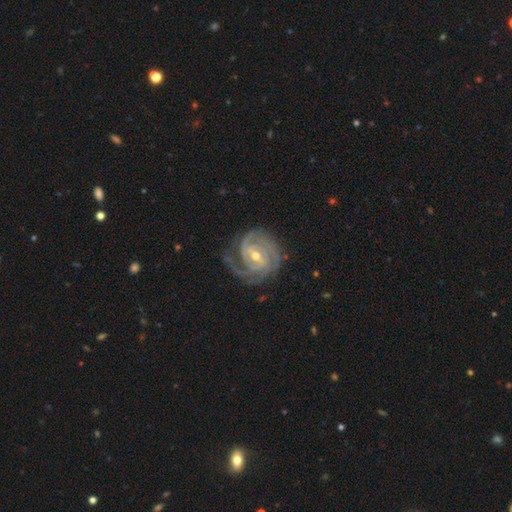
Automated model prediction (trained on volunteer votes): Smooth or featured? Predicted: featured or disk (p=0.91). Edge-on disk? Predicted: no (p=0.97). Bar? Predicted: weak (p=0.47). Spiral arms? Predicted: yes (p=0.98). Spiral winding? Predicted: tight (p=0.70). Spiral arm count? Predicted: 3 (p=0.38). Bulge size? Predicted: moderate (p=0.54). Merging? Predicted: none (p=0.72).